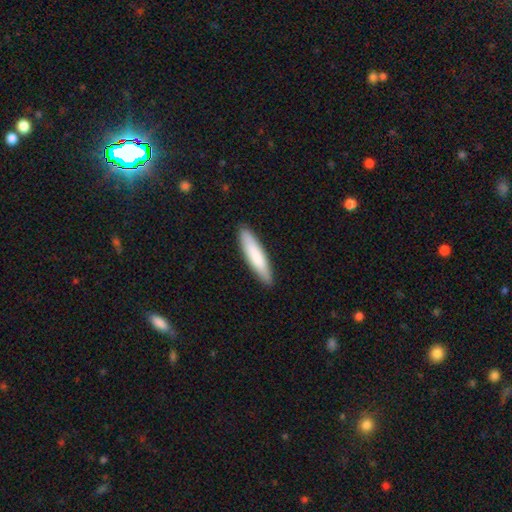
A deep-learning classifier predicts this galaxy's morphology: This is likely a smooth galaxy (79%). How rounded: clearly cigar-shaped (82%). Merging: clearly none (89%).